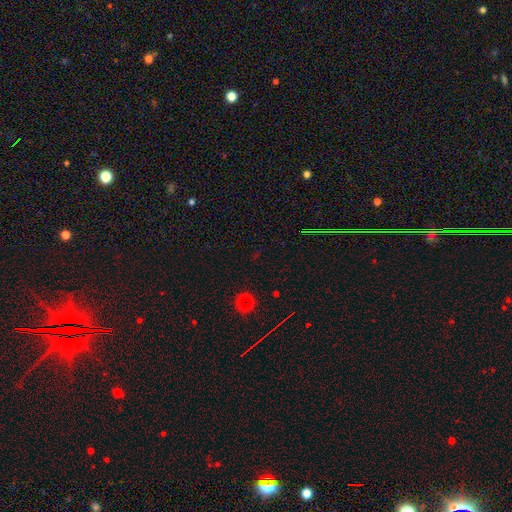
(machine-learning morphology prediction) Smooth or featured: star or artifact — 70% (smooth — 21%)